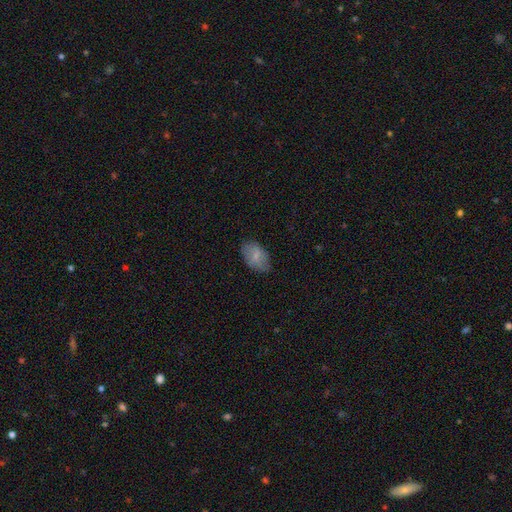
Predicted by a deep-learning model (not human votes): Smooth or featured? Predicted: smooth (p=0.71). How rounded? Predicted: in between (p=0.91). Merging? Predicted: none (p=0.73).